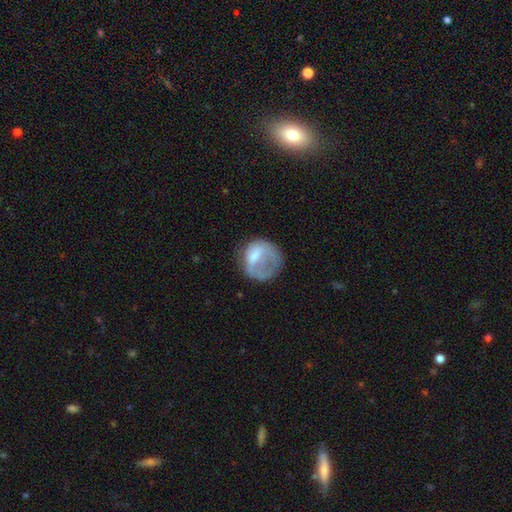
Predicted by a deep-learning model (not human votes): smooth_or_featured: smooth (p=0.56) [alt: featured or disk p=0.35]
how_rounded: round (p=0.73) [alt: in between p=0.26]
merging: major disturbance (p=0.41) [alt: none p=0.34]